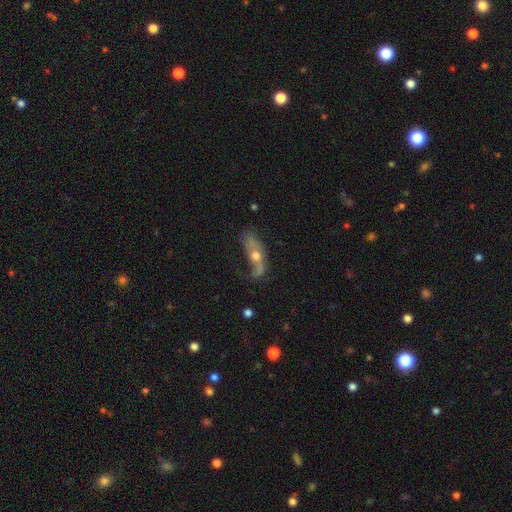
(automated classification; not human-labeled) smooth-or-featured: featured or disk: 66% | smooth: 25% | star or artifact: 9%
  disk-edge-on: no: 74% | yes: 26%
  merging: none: 42% | major disturbance: 27% | minor disturbance: 26% | merger: 5%